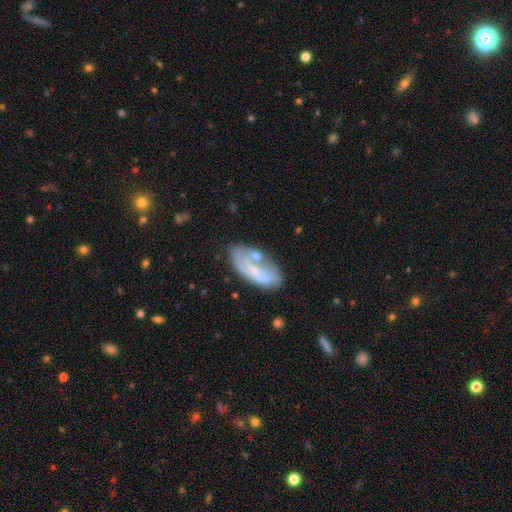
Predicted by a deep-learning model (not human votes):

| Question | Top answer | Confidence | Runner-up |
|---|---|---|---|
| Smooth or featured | featured or disk | 55% | smooth (38%) |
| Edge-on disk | no | 94% | yes (6%) |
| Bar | no | 67% | weak (24%) |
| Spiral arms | no | 61% | yes (39%) |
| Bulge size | none | 36% | small (32%) |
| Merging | none | 44% | minor disturbance (23%) |